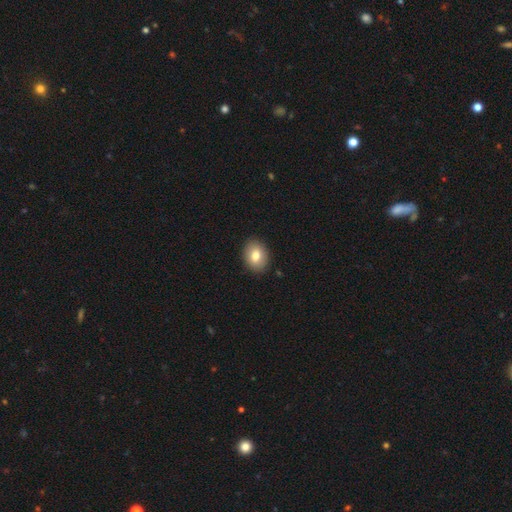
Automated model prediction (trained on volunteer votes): Smooth or featured? smooth (80%)
How rounded? in between (65%)
Merging? none (90%)